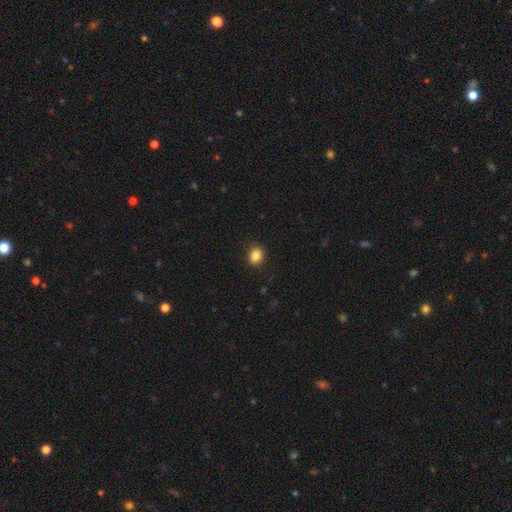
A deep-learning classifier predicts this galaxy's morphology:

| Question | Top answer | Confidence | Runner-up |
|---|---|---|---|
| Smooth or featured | smooth | 87% | star or artifact (9%) |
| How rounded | in between | 53% | round (46%) |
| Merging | none | 89% | minor disturbance (8%) |